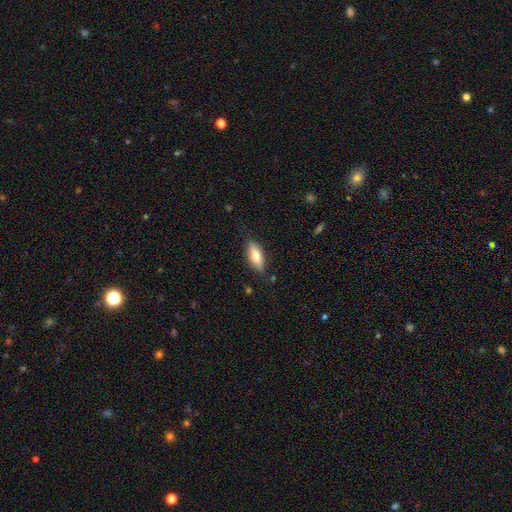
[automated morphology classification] This is likely a smooth galaxy (68%). How rounded: likely in between (71%). Merging: likely none (79%).